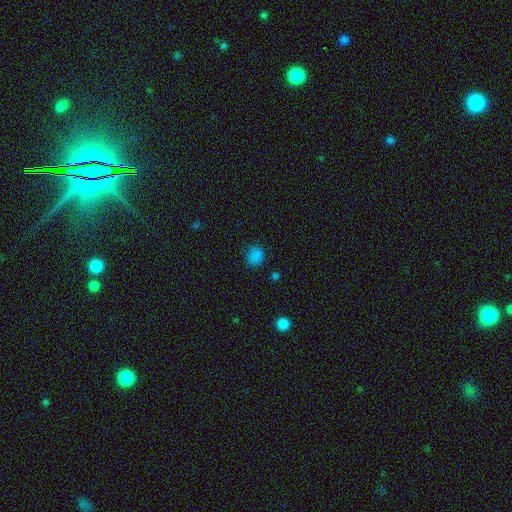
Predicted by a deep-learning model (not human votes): Smooth or featured?
  - smooth: 79% *
  - star or artifact: 17%
  - featured or disk: 4%
How rounded?
  - round: 74% *
  - in between: 25%
  - cigar-shaped: 1%
Merging?
  - none: 76% *
  - minor disturbance: 17%
  - major disturbance: 5%
  - merger: 2%